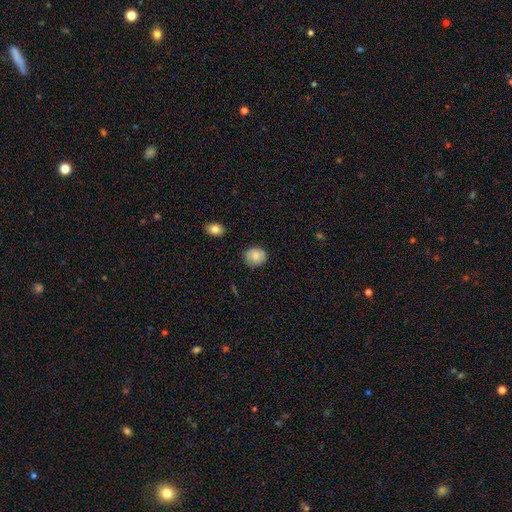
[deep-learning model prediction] This appears to be a smooth galaxy with no disk features (78%) that is round (79%). Merging: none (80%).